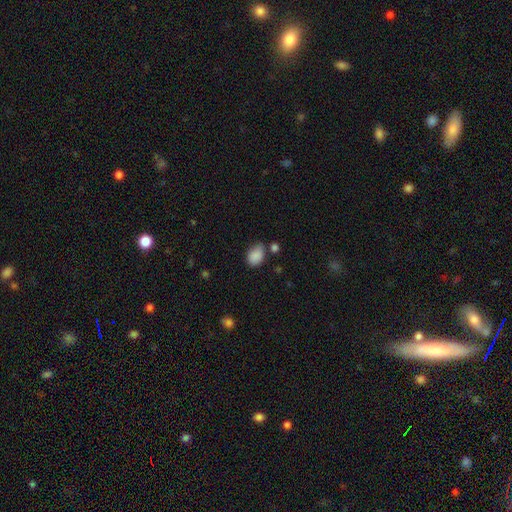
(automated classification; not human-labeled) This appears to be a smooth galaxy with no disk features (87%) that is in between round and cigar-shaped (74%). Merging: none (59%).